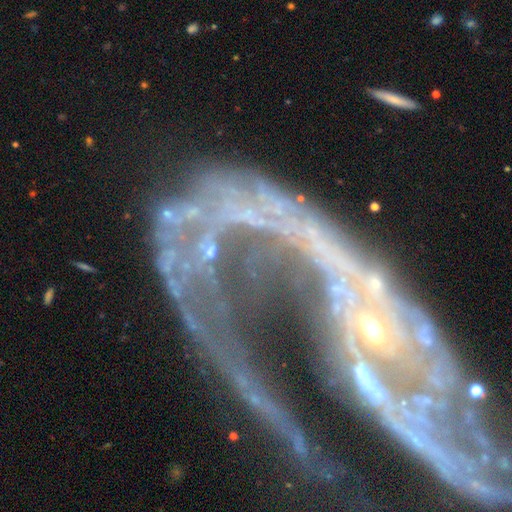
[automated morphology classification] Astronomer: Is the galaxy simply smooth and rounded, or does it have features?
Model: featured or disk — 76%.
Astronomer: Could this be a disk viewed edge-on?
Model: no — 93%.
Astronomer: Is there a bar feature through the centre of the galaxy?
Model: no — 61%.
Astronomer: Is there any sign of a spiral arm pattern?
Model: yes — 65%.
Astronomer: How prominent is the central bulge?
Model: small — 56%.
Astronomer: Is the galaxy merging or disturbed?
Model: major disturbance — 46% (runner-up: none, 23%).